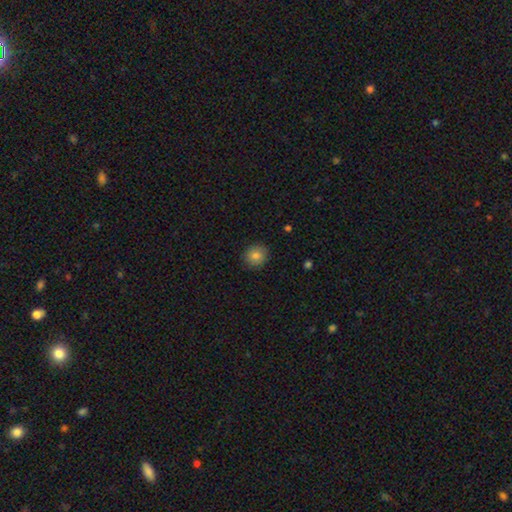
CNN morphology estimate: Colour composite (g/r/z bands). It shows a smooth galaxy with no disk features (82%) that is round (87%). Merging: none (90%).